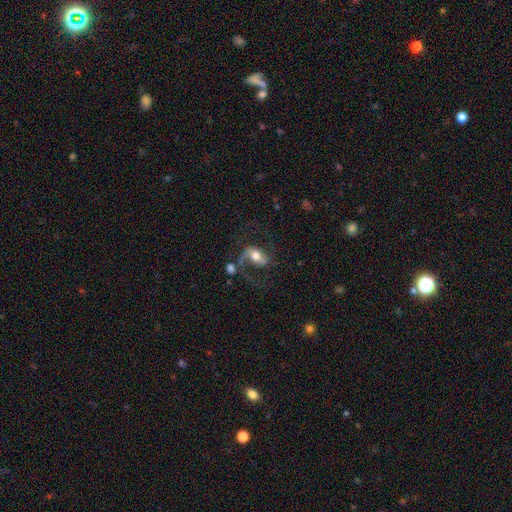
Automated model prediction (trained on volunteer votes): Morphology: type=featured or disk (69%); edge-on=no (95%); bar=weak (36%); spiral arms=yes (87%); winding=loose (53%); arm count=2 (67%); bulge=moderate (66%); merging=none (43%).